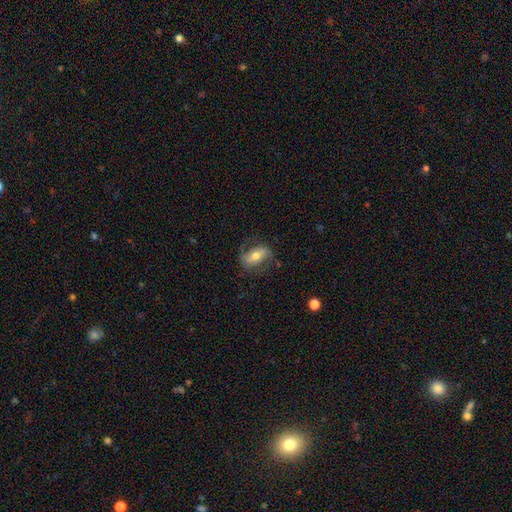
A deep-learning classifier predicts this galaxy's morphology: This appears to be a featured or disk galaxy (58%) with a strong bar (42%), spiral arms (80%) and a moderate central bulge (66%). Merging: none (68%).